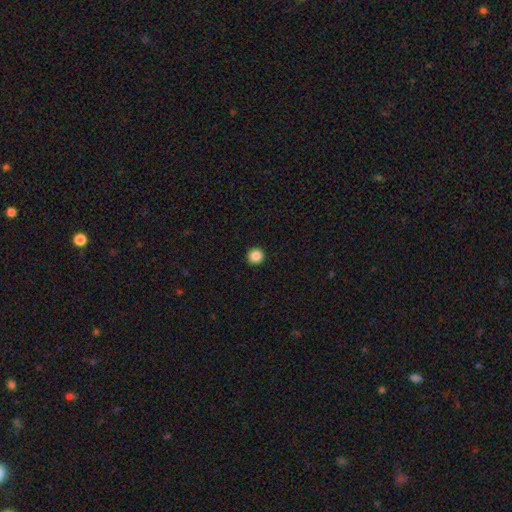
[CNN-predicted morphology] A smooth galaxy with no disk features (87%) that is round (96%).

Vote fractions:
- Smooth or featured? smooth: 87% / star or artifact: 10% / featured or disk: 3%
- How rounded? round: 96% / in between: 3% / cigar-shaped: 1%
- Merging? none: 93% / minor disturbance: 4% / major disturbance: 1% / merger: 1%